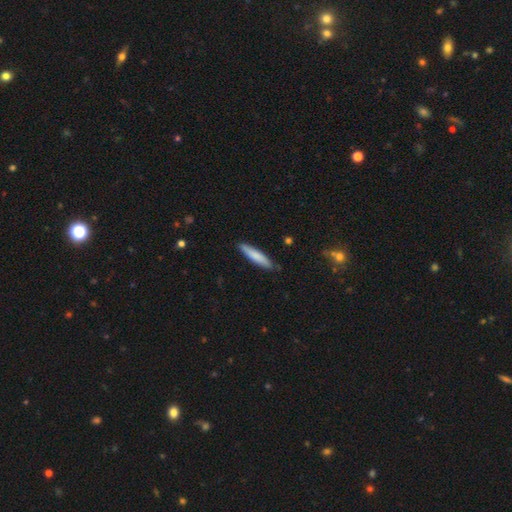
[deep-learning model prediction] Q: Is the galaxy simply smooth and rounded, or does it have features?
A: smooth — 78%.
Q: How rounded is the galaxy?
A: cigar-shaped — 84%.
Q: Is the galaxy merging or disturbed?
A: none — 86%.